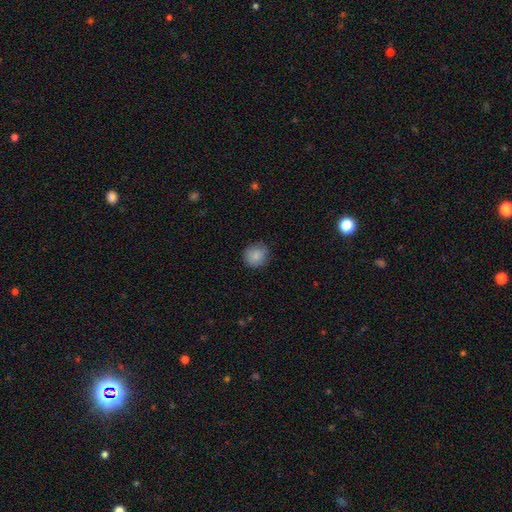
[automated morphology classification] type=smooth (88%); roundness=round (84%); merging=none (84%).